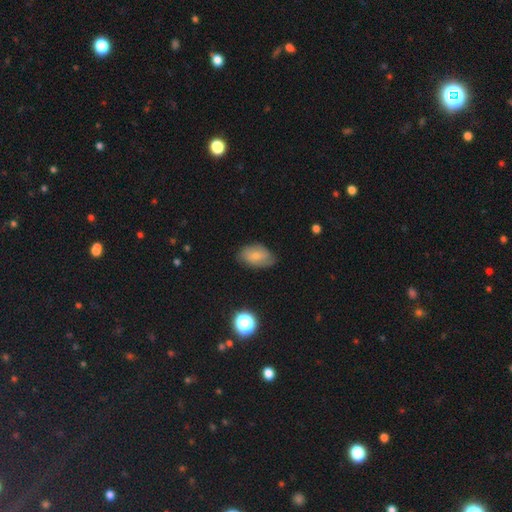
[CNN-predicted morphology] Smooth or featured? Predicted: smooth (p=0.71). How rounded? Predicted: in between (p=0.90). Merging? Predicted: none (p=0.68).